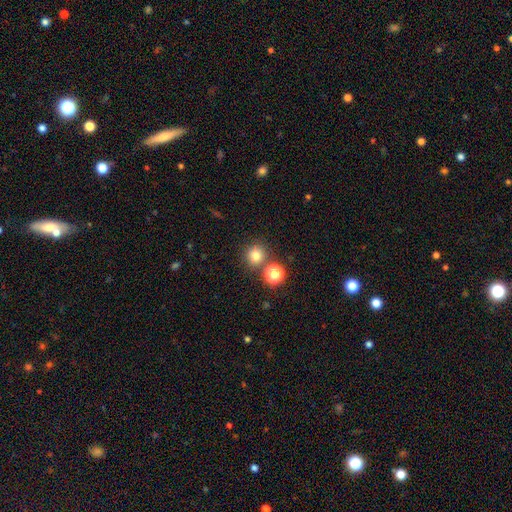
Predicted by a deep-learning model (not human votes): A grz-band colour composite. It shows a smooth galaxy with no disk features (76%) that is round (91%). Merging: none (78%).